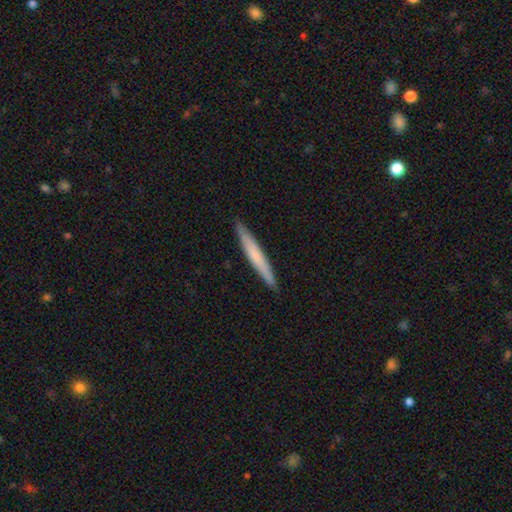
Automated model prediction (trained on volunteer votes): Q: Smooth or featured?
A: smooth (62%); runner-up: featured or disk (32%)
Q: How rounded?
A: cigar-shaped (96%); runner-up: in between (3%)
Q: Merging?
A: none (91%); runner-up: minor disturbance (6%)